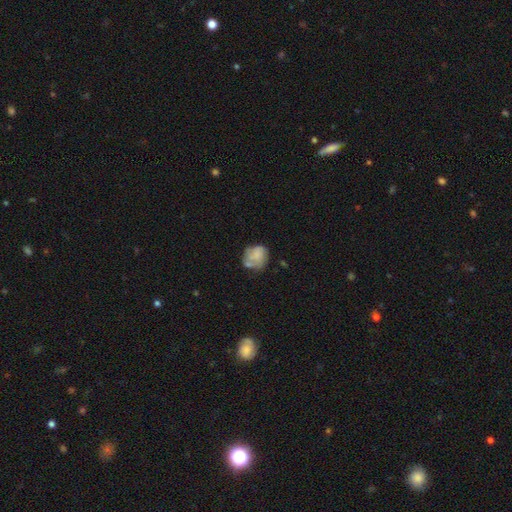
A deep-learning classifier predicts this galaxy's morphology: Smooth or featured? Predicted: smooth (p=0.55). How rounded? Predicted: round (p=0.69). Merging? Predicted: none (p=0.49).